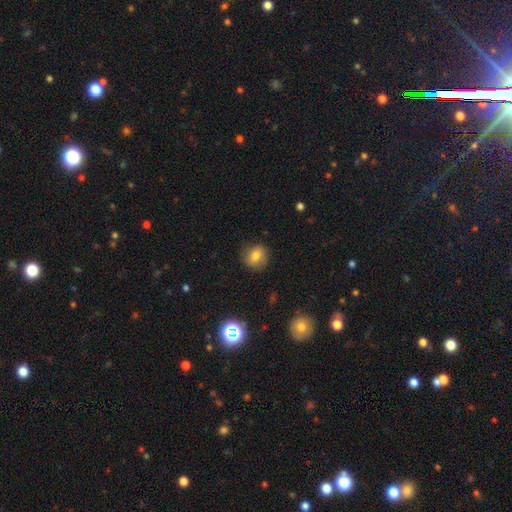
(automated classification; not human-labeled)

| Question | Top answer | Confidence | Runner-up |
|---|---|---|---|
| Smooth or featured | smooth | 74% | featured or disk (14%) |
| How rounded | round | 75% | in between (24%) |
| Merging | none | 80% | minor disturbance (14%) |